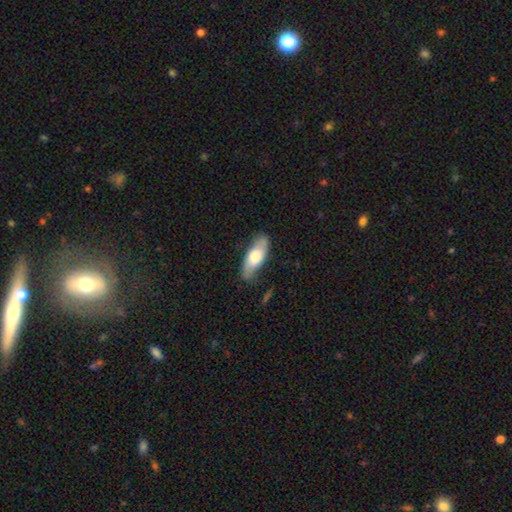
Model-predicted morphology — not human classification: This appears to be a smooth galaxy with no disk features (56%) that is in between round and cigar-shaped (70%). Merging: none (76%).